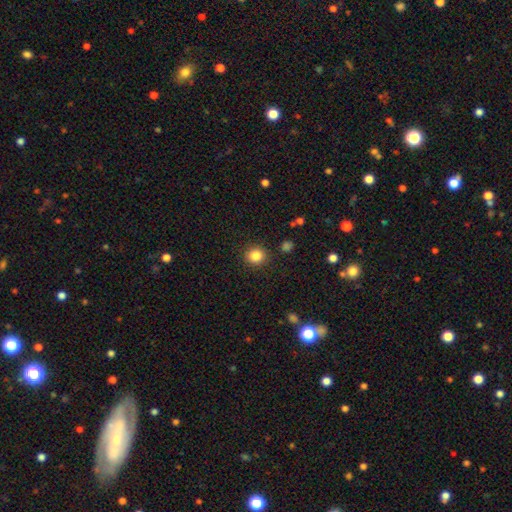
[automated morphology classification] smooth-or-featured: smooth: 84% | star or artifact: 11% | featured or disk: 5%
  how-rounded: round: 88% | in between: 11% | cigar-shaped: 1%
  merging: none: 90% | minor disturbance: 6% | major disturbance: 2% | merger: 1%